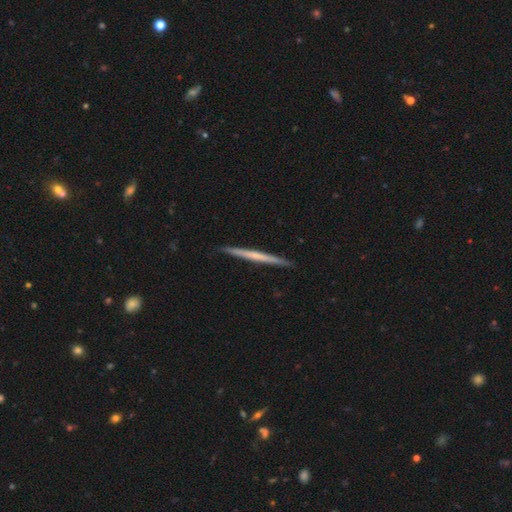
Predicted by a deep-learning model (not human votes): Smooth or featured? Predicted: featured or disk (p=0.54). Edge-on disk? Predicted: yes (p=0.98). Edge-on bulge? Predicted: none (p=0.84). Merging? Predicted: none (p=0.92).